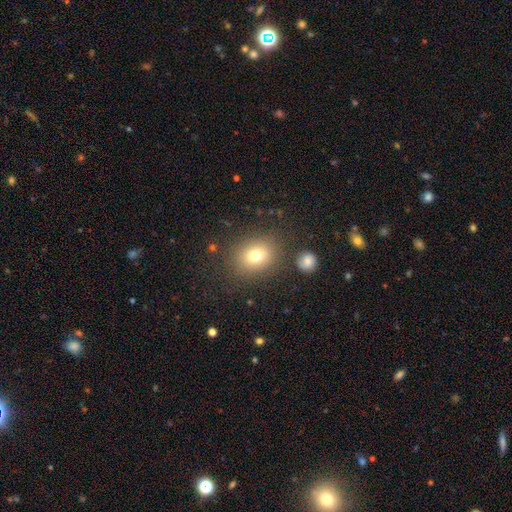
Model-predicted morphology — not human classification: Smooth or featured?
  - smooth: 75% *
  - star or artifact: 13%
  - featured or disk: 12%
How rounded?
  - round: 54% *
  - in between: 45%
  - cigar-shaped: 1%
Merging?
  - none: 81% *
  - minor disturbance: 11%
  - major disturbance: 5%
  - merger: 4%